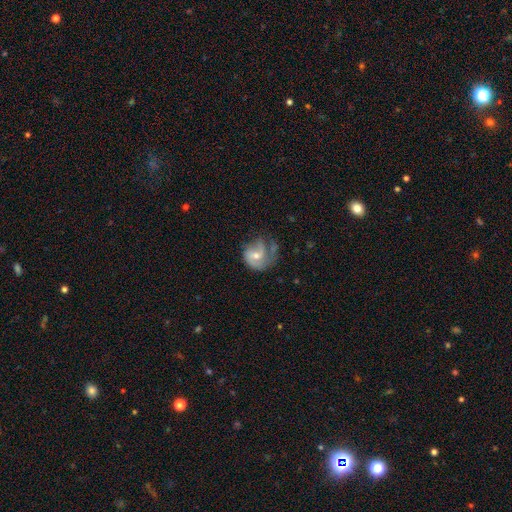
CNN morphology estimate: A featured or disk galaxy (66%) with no bar (49%), 2 (41%) medium (41%) spiral arms (83%) and a moderate central bulge (52%).

Vote fractions:
- Smooth or featured? featured or disk: 66% / smooth: 27% / star or artifact: 7%
- Edge-on disk? no: 98% / yes: 2%
- Bar? no: 49% / weak: 42% / strong: 10%
- Spiral arms? yes: 83% / no: 17%
- Spiral winding? medium: 41% / loose: 33% / tight: 26%
- Spiral arm count? 2: 41% / 1: 34% / can't tell: 15% / 3: 7% / 4: 2% / more than 4: 2%
- Bulge size? moderate: 52% / small: 41% / none: 3% / large: 3% / dominant: 1%
- Merging? none: 40% / major disturbance: 30% / minor disturbance: 26% / merger: 5%